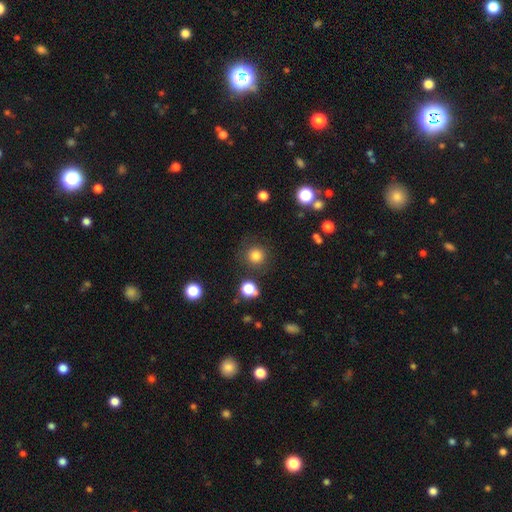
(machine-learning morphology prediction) The model was most divided on "smooth or featured": smooth: 81%, star or artifact: 14%, featured or disk: 6%. More confident: how rounded — round (93%); merging — none (85%).